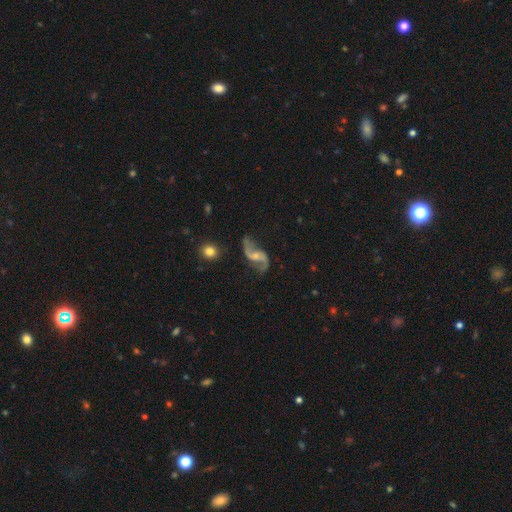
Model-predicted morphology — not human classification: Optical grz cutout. It shows a featured or disk galaxy (89%) with no bar (46%), 2 (94%) loose (82%) spiral arms (96%) and a small central bulge (53%). Merging: none (68%).